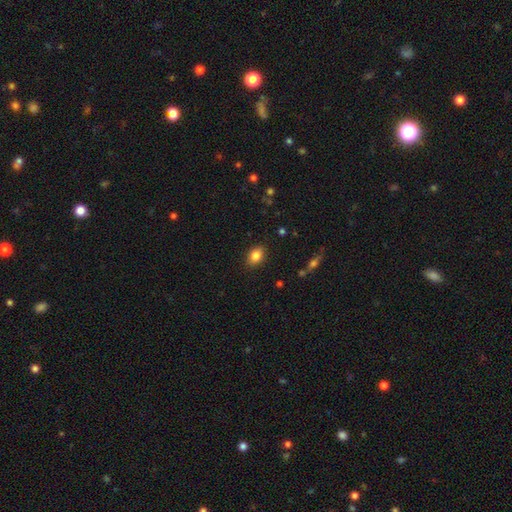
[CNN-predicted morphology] This appears to be a smooth galaxy with no disk features (84%) that is in between round and cigar-shaped (74%). Merging: none (87%).